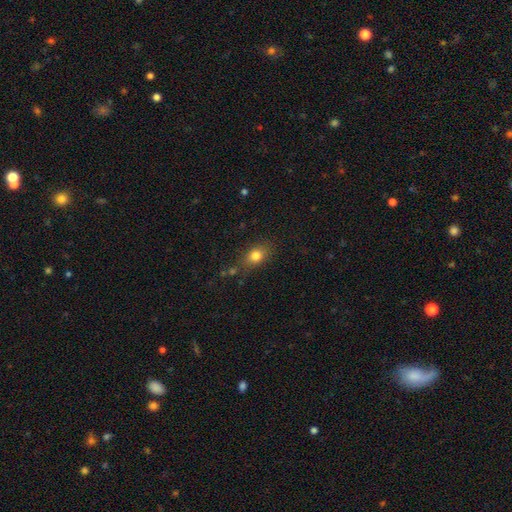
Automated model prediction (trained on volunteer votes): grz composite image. It shows a smooth galaxy with no disk features (79%) that is in between round and cigar-shaped (63%). Merging: none (72%).